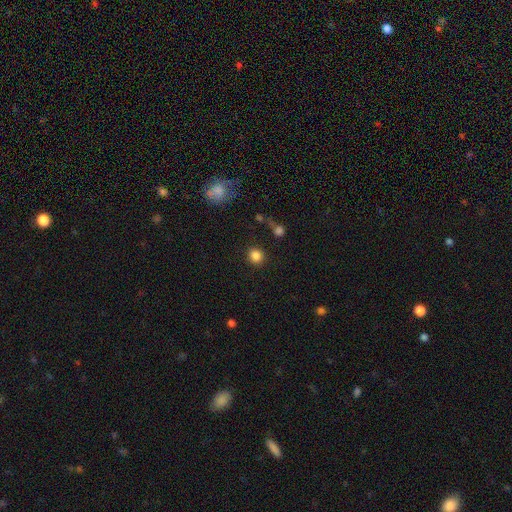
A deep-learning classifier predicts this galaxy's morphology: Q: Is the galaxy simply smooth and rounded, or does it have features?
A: smooth — 85%.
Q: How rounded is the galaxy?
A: round — 88%.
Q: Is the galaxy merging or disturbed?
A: none — 87%.